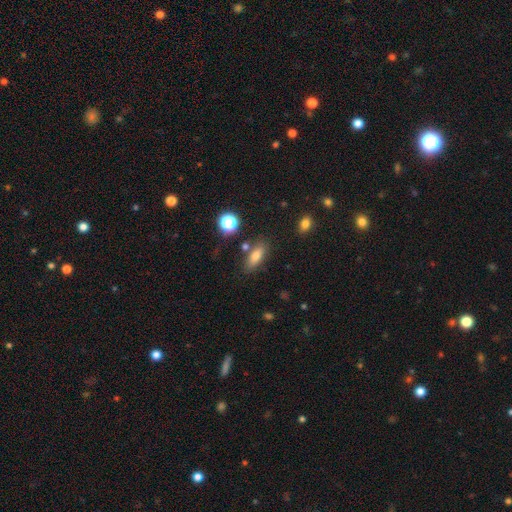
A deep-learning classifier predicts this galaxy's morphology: Q: Smooth or featured?
A: smooth (75%); runner-up: featured or disk (14%)
Q: How rounded?
A: in between (70%); runner-up: cigar-shaped (23%)
Q: Merging?
A: none (77%); runner-up: minor disturbance (12%)